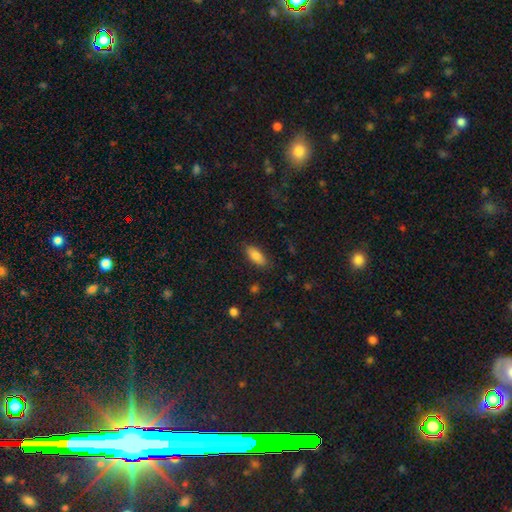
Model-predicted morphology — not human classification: smooth_or_featured: smooth (p=0.83) [alt: featured or disk p=0.10]
how_rounded: in between (p=0.82) [alt: cigar-shaped p=0.16]
merging: none (p=0.84) [alt: minor disturbance p=0.12]